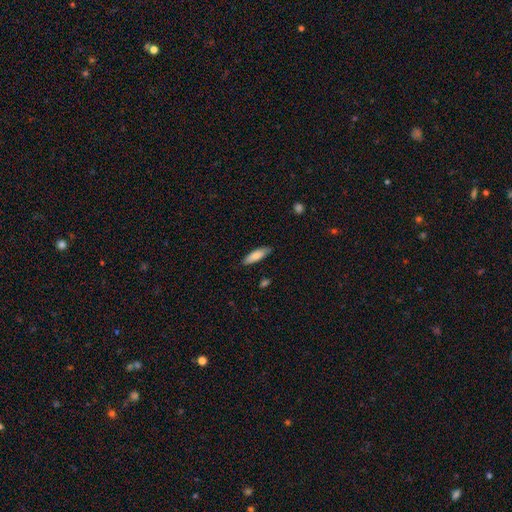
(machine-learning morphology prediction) smooth-or-featured: smooth: 81% | featured or disk: 13% | star or artifact: 6%
  how-rounded: cigar-shaped: 52% | in between: 46% | round: 2%
  merging: none: 84% | minor disturbance: 13% | major disturbance: 2% | merger: 1%